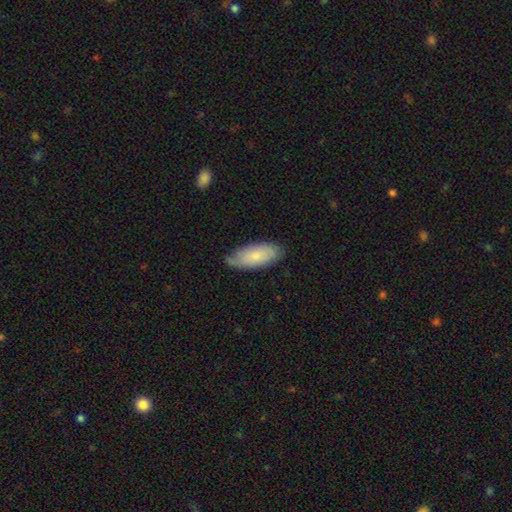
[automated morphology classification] type=smooth (74%); roundness=in between (80%); merging=none (72%).